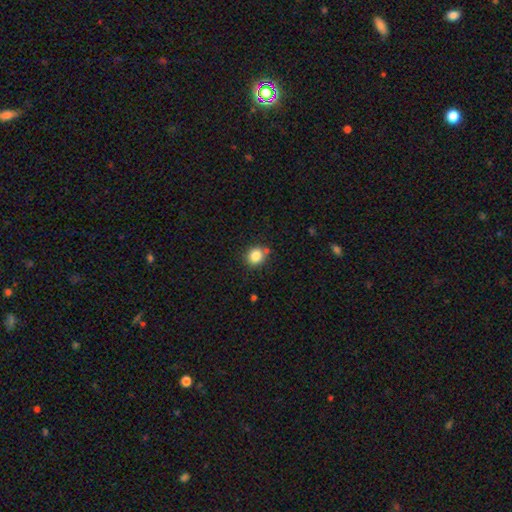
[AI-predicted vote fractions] smooth_or_featured: smooth (p=0.84) [alt: star or artifact p=0.10]
how_rounded: round (p=0.79) [alt: in between p=0.20]
merging: none (p=0.78) [alt: minor disturbance p=0.11]